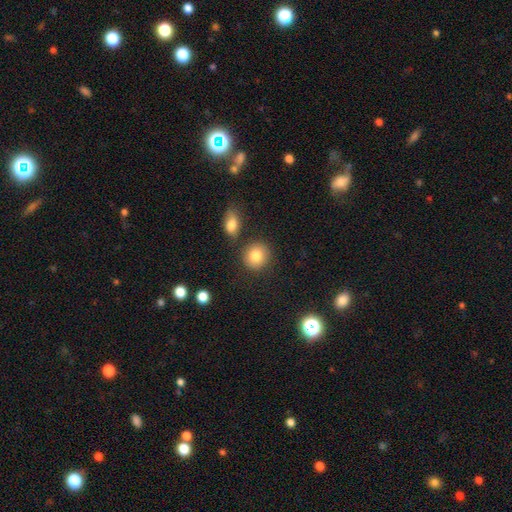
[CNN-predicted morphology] A smooth galaxy with no disk features (84%) that is round (83%).

Vote fractions:
- Smooth or featured? smooth: 84% / star or artifact: 9% / featured or disk: 8%
- How rounded? round: 83% / in between: 16% / cigar-shaped: 1%
- Merging? none: 81% / minor disturbance: 9% / merger: 7% / major disturbance: 3%